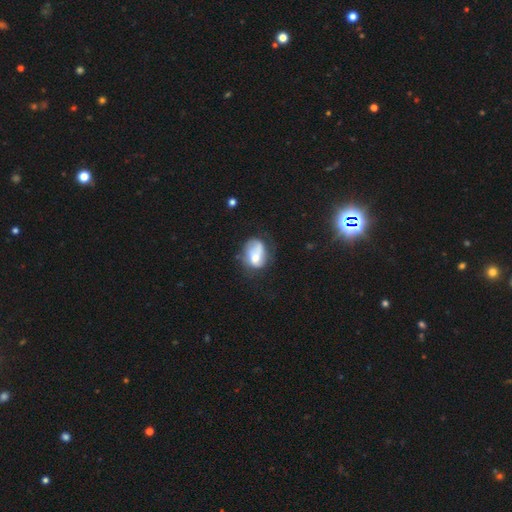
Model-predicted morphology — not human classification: This appears to be a smooth galaxy with no disk features (55%) that is in between round and cigar-shaped (68%). Merging: none (38%).